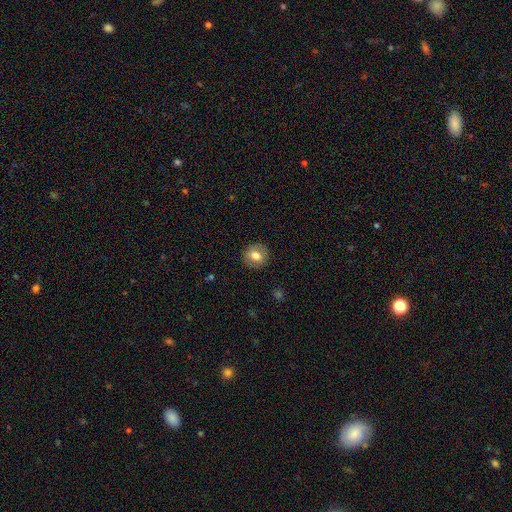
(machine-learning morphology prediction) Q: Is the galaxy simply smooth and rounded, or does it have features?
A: smooth — 74%.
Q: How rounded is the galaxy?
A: round — 85%.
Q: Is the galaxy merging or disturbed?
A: none — 89%.